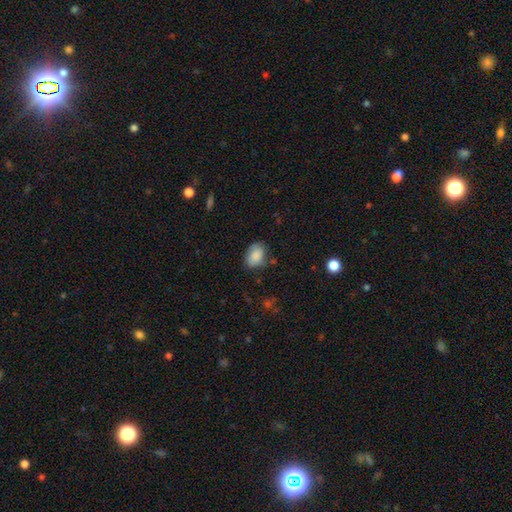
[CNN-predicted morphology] Smooth or featured? smooth (85%)
How rounded? in between (81%)
Merging? none (68%)